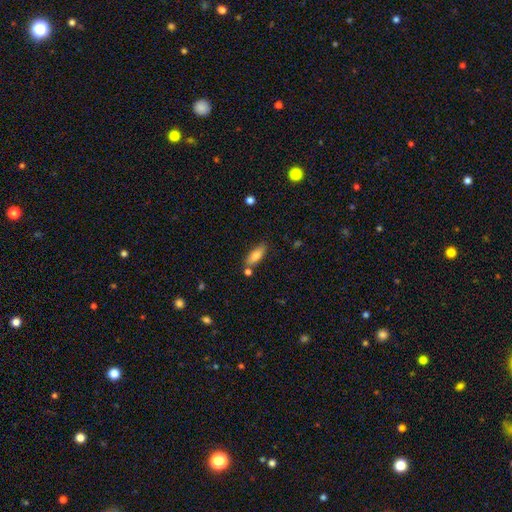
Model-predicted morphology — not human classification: The model was most divided on "how rounded": in between: 68%, cigar-shaped: 29%, round: 2%. More confident: smooth or featured — smooth (78%); merging — none (71%).